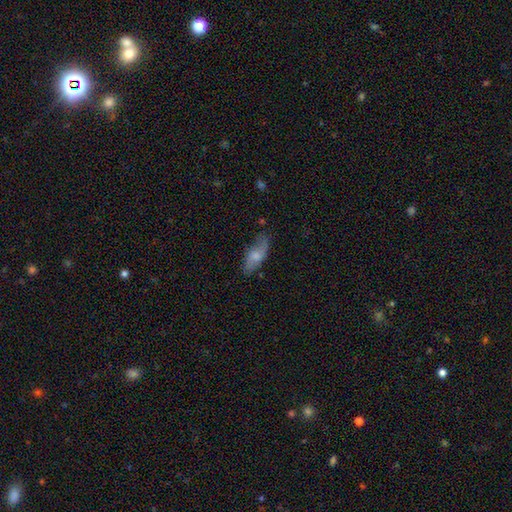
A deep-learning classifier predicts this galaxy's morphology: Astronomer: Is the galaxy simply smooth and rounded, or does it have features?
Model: smooth — 61%.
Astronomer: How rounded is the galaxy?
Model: in between — 75%.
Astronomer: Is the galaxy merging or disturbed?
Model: none — 67%.